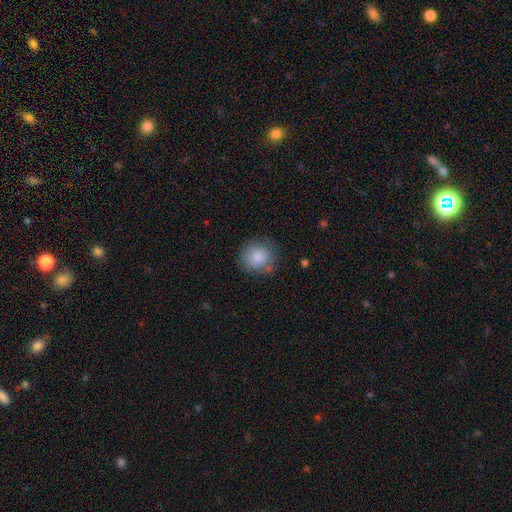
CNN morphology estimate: This appears to be a smooth galaxy with no disk features (85%) that is round (91%). Merging: none (81%).